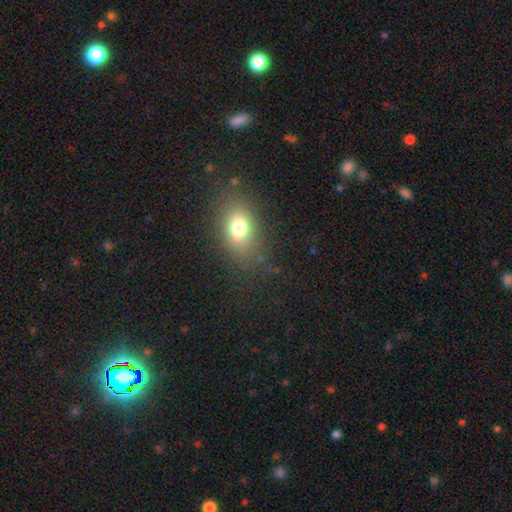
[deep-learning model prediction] This is likely a smooth galaxy (70%). How rounded: likely in between (76%). Merging: likely none (79%).